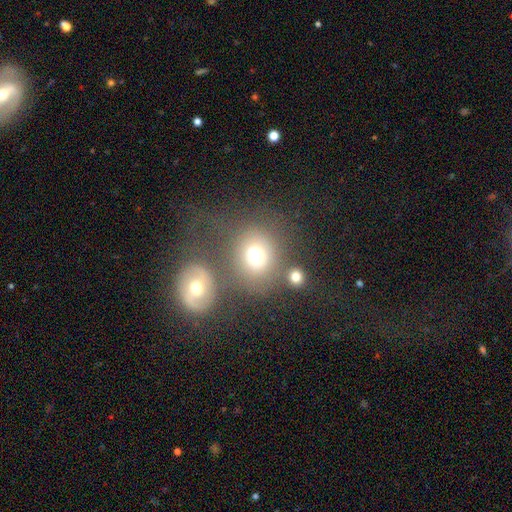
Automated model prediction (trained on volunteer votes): A smooth galaxy with no disk features (72%) that is round (73%). Merging: none (54%).